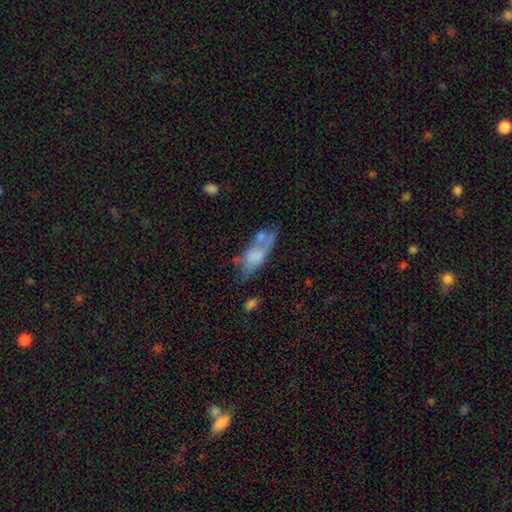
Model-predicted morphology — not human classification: type=smooth (56%); roundness=in between (73%); merging=none (32%).